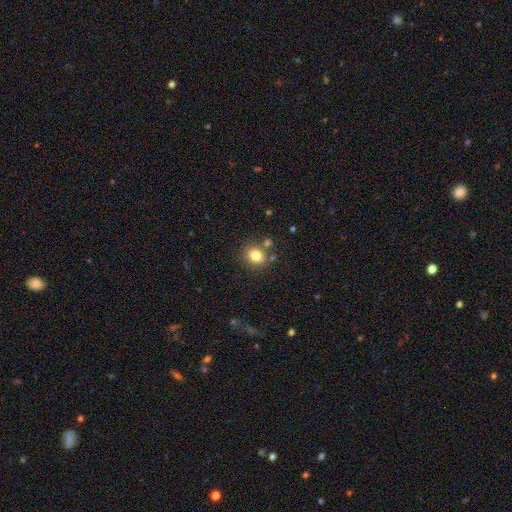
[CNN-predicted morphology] This appears to be a smooth galaxy with no disk features (80%) that is round (69%). Merging: none (74%).